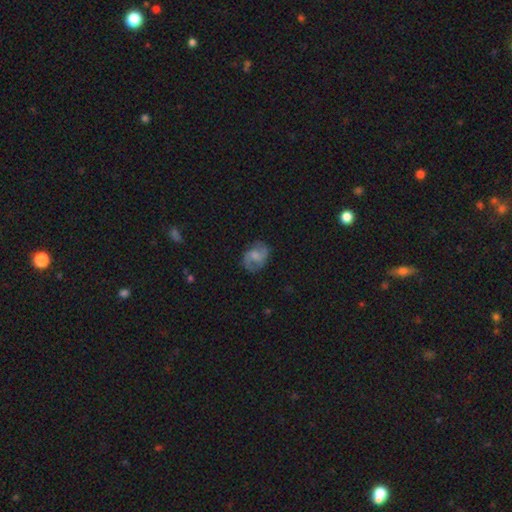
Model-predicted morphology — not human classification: This appears to be a featured or disk galaxy (58%) with no bar (45%, tied with weak), spiral arms (85%) and a moderate central bulge (34%). Merging: none (73%).